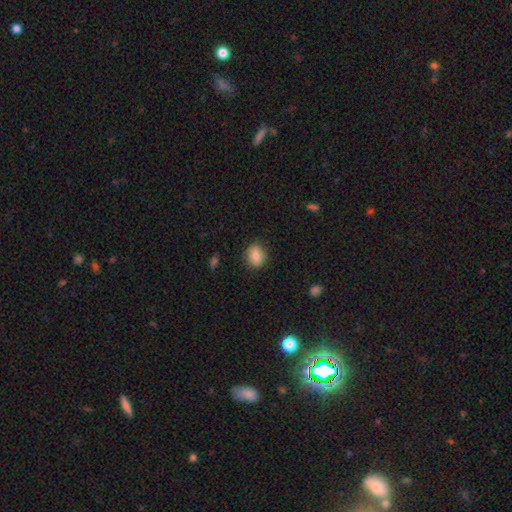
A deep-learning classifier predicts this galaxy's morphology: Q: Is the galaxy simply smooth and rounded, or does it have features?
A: smooth — 81%.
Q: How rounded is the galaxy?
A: round — 64%.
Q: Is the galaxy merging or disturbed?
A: none — 85%.